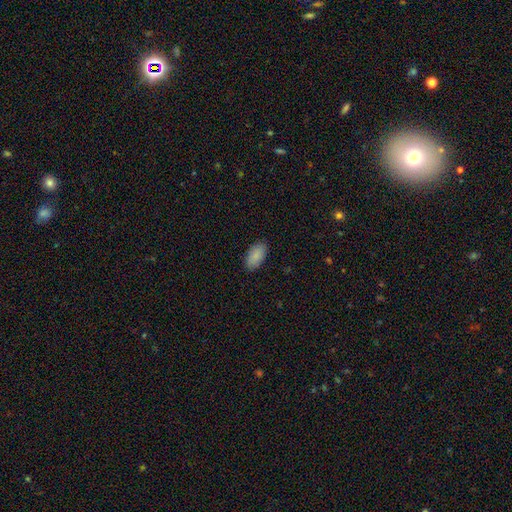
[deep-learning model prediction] Overall: smooth (89%). How rounded: in between (95%). Merging: none (89%).